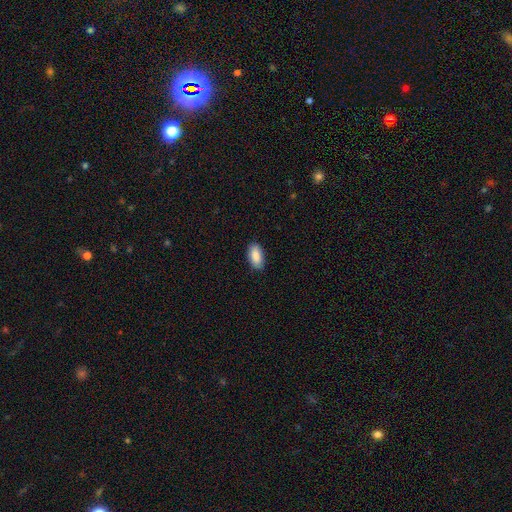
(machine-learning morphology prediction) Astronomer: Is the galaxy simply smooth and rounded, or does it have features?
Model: smooth — 89%.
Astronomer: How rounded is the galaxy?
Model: in between — 92%.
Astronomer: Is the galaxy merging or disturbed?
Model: none — 87%.